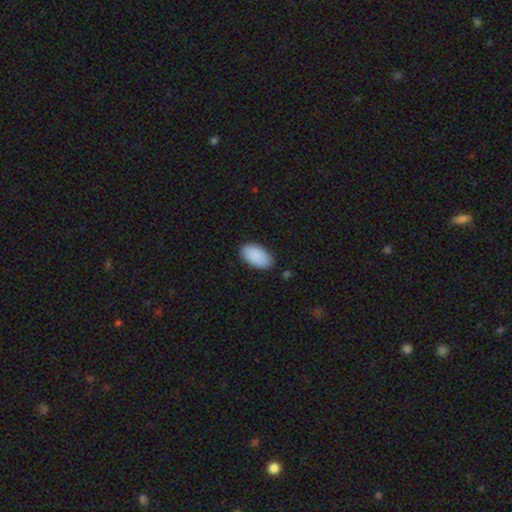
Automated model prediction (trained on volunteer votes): smooth-or-featured: smooth: 90% | star or artifact: 6% | featured or disk: 4%
  how-rounded: in between: 95% | round: 3% | cigar-shaped: 2%
  merging: none: 83% | minor disturbance: 13% | major disturbance: 2% | merger: 1%